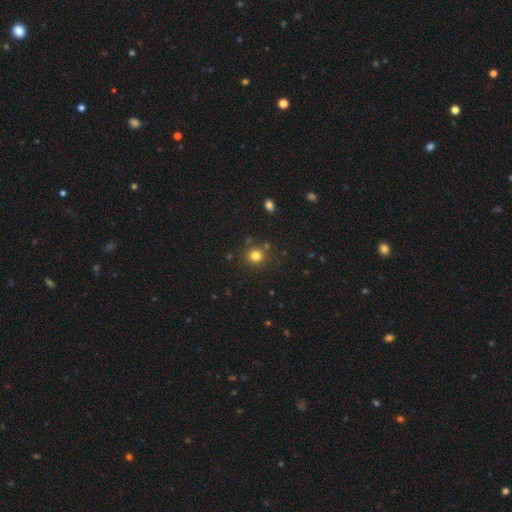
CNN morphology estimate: Q: Smooth or featured?
A: smooth (80%); runner-up: star or artifact (15%)
Q: How rounded?
A: round (90%); runner-up: in between (9%)
Q: Merging?
A: none (83%); runner-up: minor disturbance (8%)